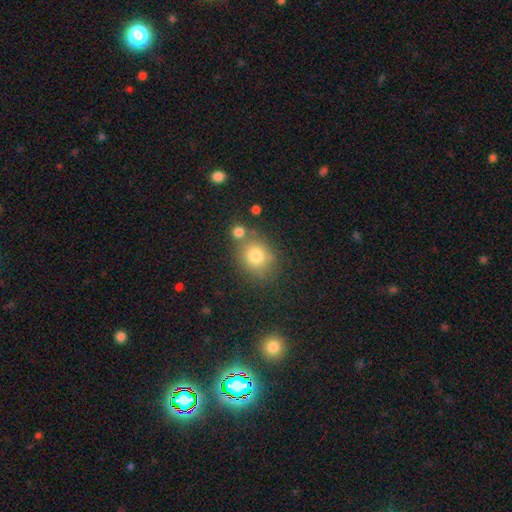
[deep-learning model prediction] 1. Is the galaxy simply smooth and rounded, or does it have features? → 78% smooth, 12% star or artifact, 10% featured or disk.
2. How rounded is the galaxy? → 68% round, 31% in between, 1% cigar-shaped.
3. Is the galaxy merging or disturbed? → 66% none, 16% merger, 14% minor disturbance, 5% major disturbance.